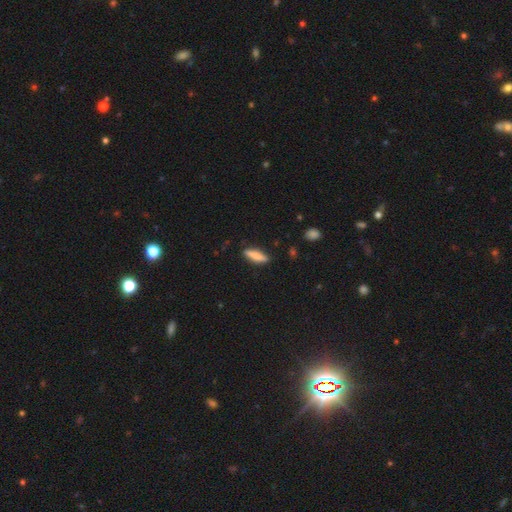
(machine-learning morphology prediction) The model was most divided on "how rounded": cigar-shaped: 66%, in between: 32%, round: 2%. More confident: merging — none (86%); smooth or featured — smooth (76%).